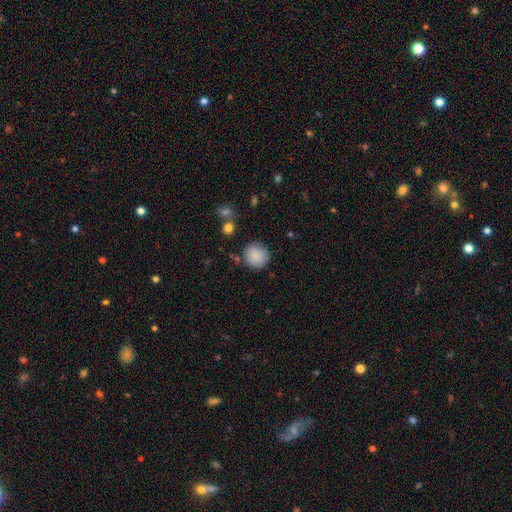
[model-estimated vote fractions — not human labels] This appears to be a smooth galaxy with no disk features (87%) that is round (89%). Merging: none (85%).